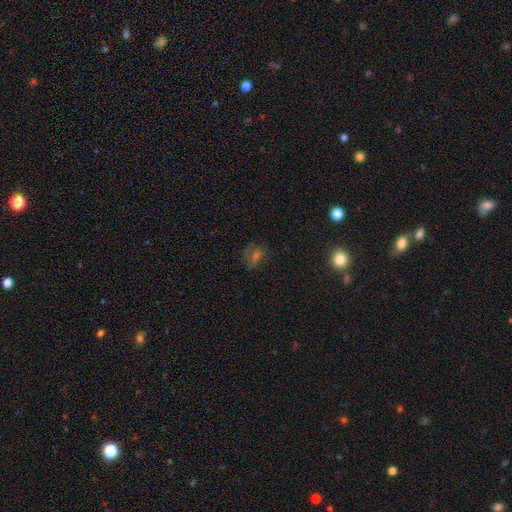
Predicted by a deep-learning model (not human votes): A smooth galaxy with no disk features (47%). Merging: none (65%).